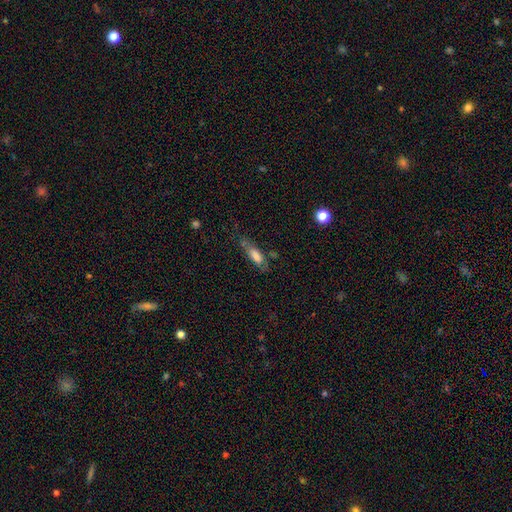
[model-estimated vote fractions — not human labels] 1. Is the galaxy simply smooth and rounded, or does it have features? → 68% smooth, 23% featured or disk, 9% star or artifact.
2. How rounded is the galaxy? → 52% in between, 46% cigar-shaped, 2% round.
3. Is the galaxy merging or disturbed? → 53% none, 28% minor disturbance, 14% major disturbance, 5% merger.